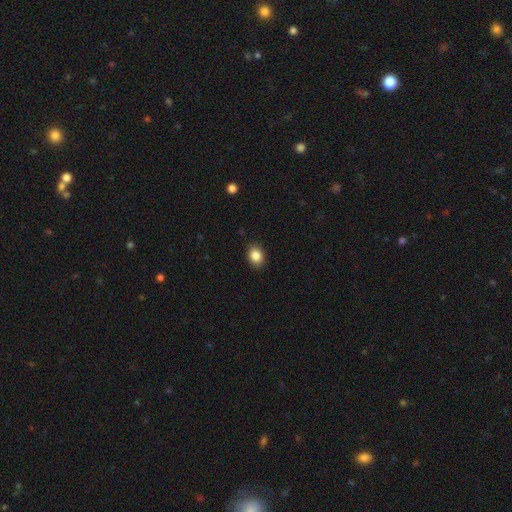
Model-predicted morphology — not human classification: smooth_or_featured: smooth (p=0.86) [alt: star or artifact p=0.09]
how_rounded: in between (p=0.58) [alt: round p=0.41]
merging: none (p=0.89) [alt: minor disturbance p=0.08]